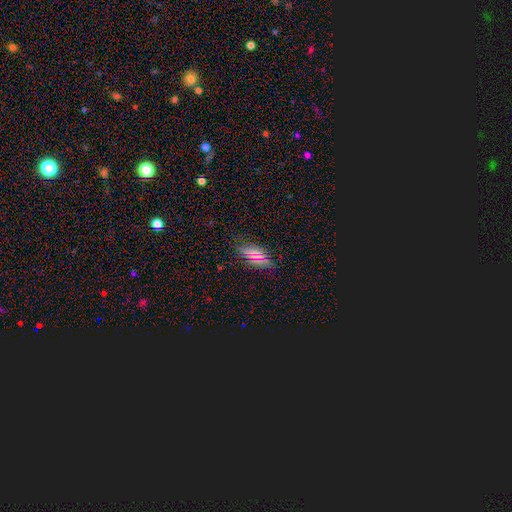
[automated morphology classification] Smooth or featured: smooth — 68% (star or artifact — 20%)
How rounded: in between — 85% (cigar-shaped — 10%)
Merging: none — 82% (minor disturbance — 13%)